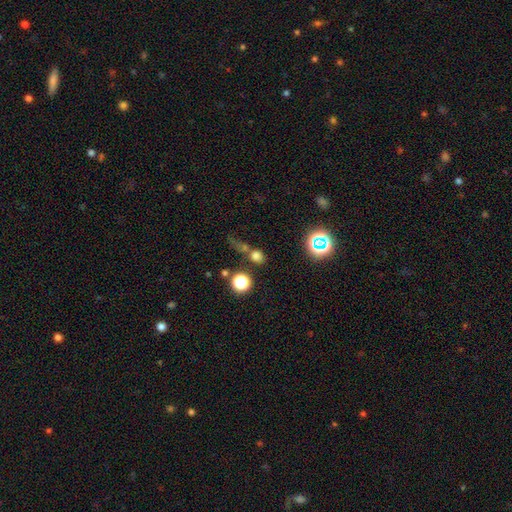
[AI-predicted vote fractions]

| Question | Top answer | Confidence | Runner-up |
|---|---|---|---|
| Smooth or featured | smooth | 66% | star or artifact (25%) |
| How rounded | round | 71% | in between (27%) |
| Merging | none | 53% | merger (28%) |